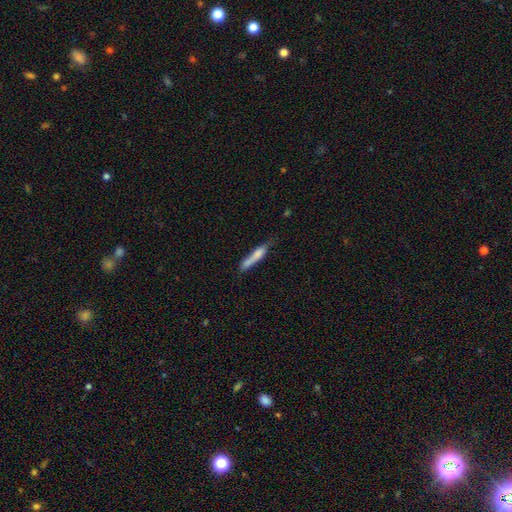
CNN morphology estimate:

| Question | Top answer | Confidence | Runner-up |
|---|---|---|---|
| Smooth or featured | smooth | 67% | featured or disk (27%) |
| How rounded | cigar-shaped | 88% | in between (10%) |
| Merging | none | 52% | minor disturbance (27%) |